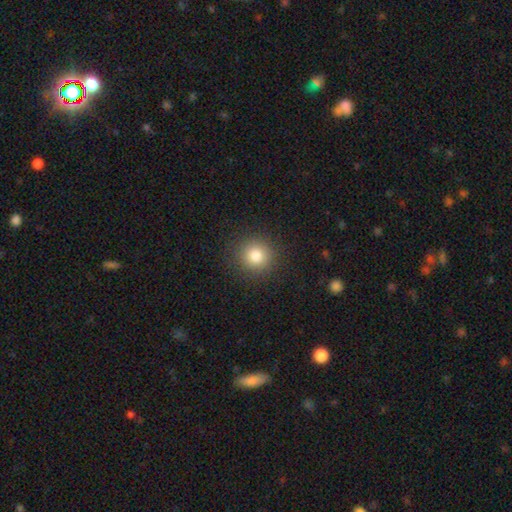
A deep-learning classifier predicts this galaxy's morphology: The model was most divided on "smooth or featured": smooth: 81%, star or artifact: 12%, featured or disk: 7%. More confident: how rounded — round (93%); merging — none (90%).